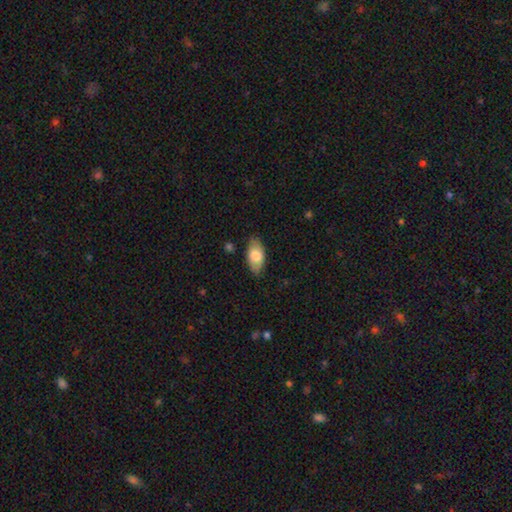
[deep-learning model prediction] Smooth or featured?
  - smooth: 74% *
  - featured or disk: 20%
  - star or artifact: 6%
How rounded?
  - in between: 93% *
  - cigar-shaped: 4%
  - round: 3%
Merging?
  - none: 84% *
  - minor disturbance: 12%
  - major disturbance: 3%
  - merger: 1%